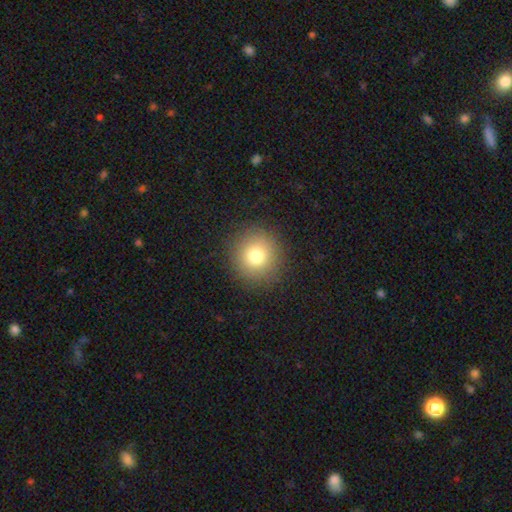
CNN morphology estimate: Smooth or featured?
  - smooth: 77% *
  - star or artifact: 13%
  - featured or disk: 10%
How rounded?
  - round: 94% *
  - in between: 5%
  - cigar-shaped: 1%
Merging?
  - none: 90% *
  - minor disturbance: 6%
  - major disturbance: 3%
  - merger: 1%